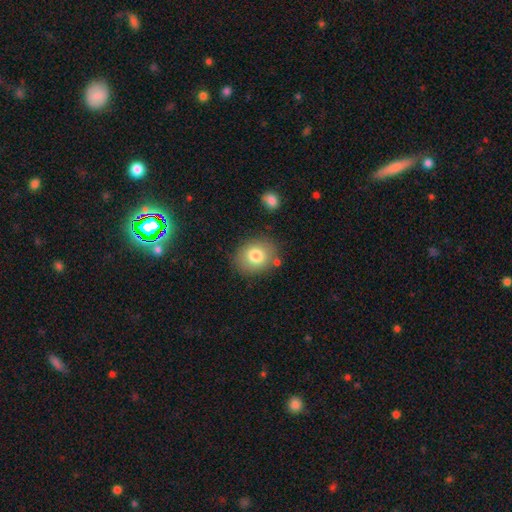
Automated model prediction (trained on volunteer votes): smooth-or-featured: smooth: 79% | featured or disk: 11% | star or artifact: 9%
  how-rounded: round: 61% | in between: 38% | cigar-shaped: 1%
  merging: none: 80% | minor disturbance: 11% | merger: 5% | major disturbance: 3%